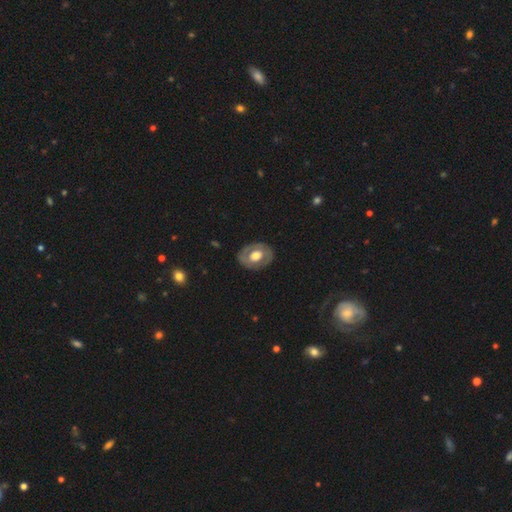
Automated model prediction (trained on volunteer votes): Q: Smooth or featured?
A: featured or disk (53%); runner-up: smooth (42%)
Q: Edge-on disk?
A: no (94%); runner-up: yes (6%)
Q: Merging?
A: none (82%); runner-up: minor disturbance (13%)